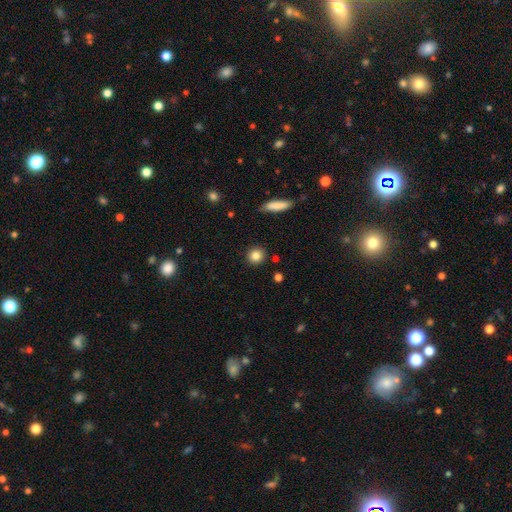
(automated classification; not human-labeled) Morphology: type=smooth (84%); roundness=round (89%); merging=none (89%).